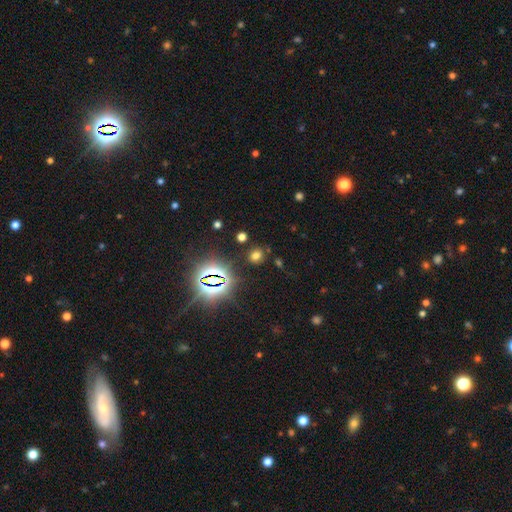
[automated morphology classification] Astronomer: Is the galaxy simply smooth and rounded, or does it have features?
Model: smooth — 58% (runner-up: star or artifact, 35%).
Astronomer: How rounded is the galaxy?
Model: round — 72%.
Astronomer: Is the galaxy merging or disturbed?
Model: none — 83%.